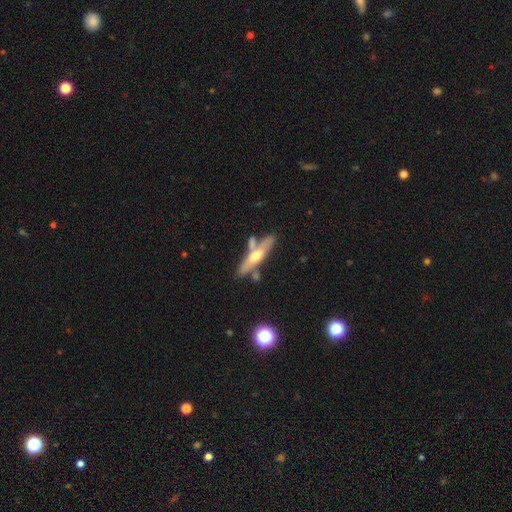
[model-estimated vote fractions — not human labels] smooth-or-featured: featured or disk: 56% | smooth: 38% | star or artifact: 6%
  disk-edge-on: yes: 85% | no: 15%
  merging: none: 63% | merger: 19% | minor disturbance: 14% | major disturbance: 4%